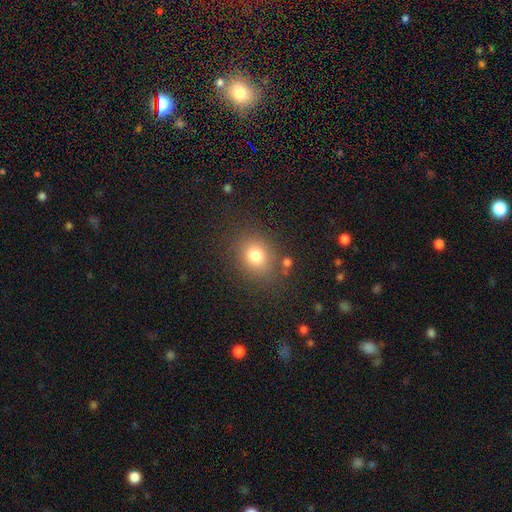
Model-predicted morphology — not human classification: Overall: smooth (79%). How rounded: round (62%; in between 37%). Merging: none (79%).